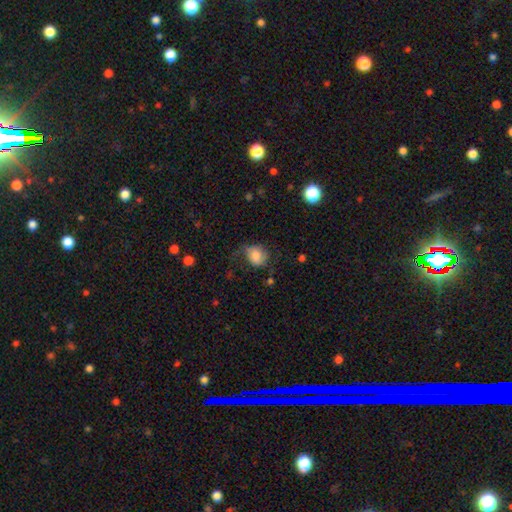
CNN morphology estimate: This is likely a smooth galaxy (72%). How rounded: possibly round (53%). Merging: marginally none (44%).